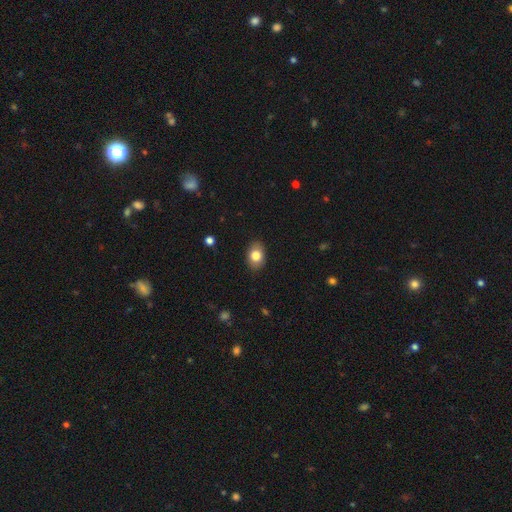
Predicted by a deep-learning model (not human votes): Smooth or featured: smooth — 81% (featured or disk — 11%)
How rounded: in between — 79% (round — 19%)
Merging: none — 87% (minor disturbance — 10%)